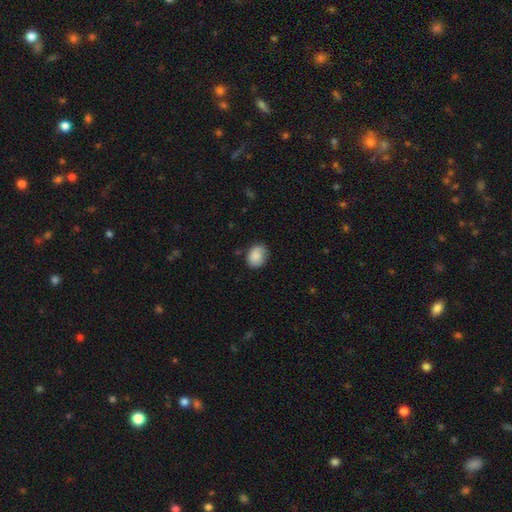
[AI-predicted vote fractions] Smooth or featured?
  - smooth: 84% *
  - featured or disk: 9%
  - star or artifact: 7%
How rounded?
  - in between: 55% *
  - round: 44%
  - cigar-shaped: 1%
Merging?
  - none: 73% *
  - minor disturbance: 21%
  - major disturbance: 4%
  - merger: 2%